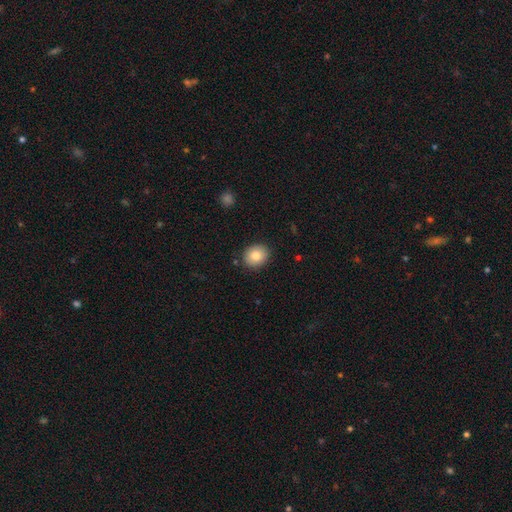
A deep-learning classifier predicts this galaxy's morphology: The model was most divided on "how rounded": round: 72%, in between: 27%, cigar-shaped: 1%. More confident: merging — none (89%); smooth or featured — smooth (80%).